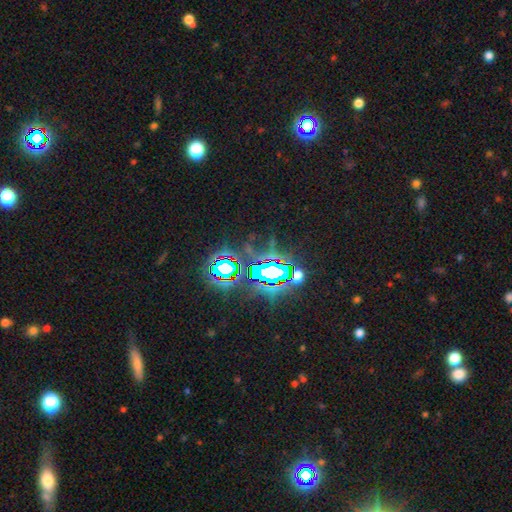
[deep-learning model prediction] Smooth or featured? star or artifact (79%)